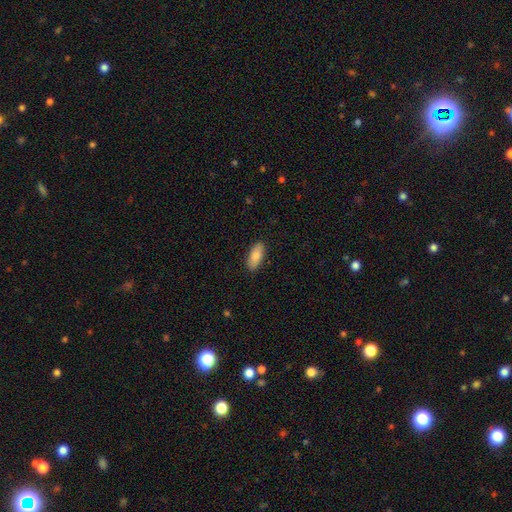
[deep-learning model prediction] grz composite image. It shows a smooth galaxy with no disk features (79%) that is in between round and cigar-shaped (81%). Merging: none (89%).